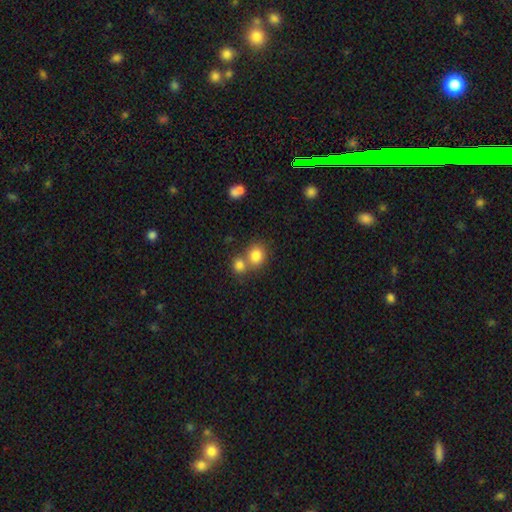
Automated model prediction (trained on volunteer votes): Morphology: type=smooth (82%); roundness=round (74%); merging=none (48%).